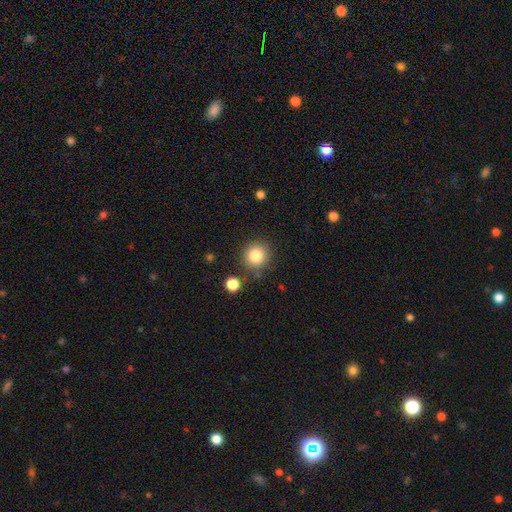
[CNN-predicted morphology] Smooth or featured: smooth — 82% (star or artifact — 11%)
How rounded: round — 90% (in between — 9%)
Merging: none — 83% (minor disturbance — 10%)